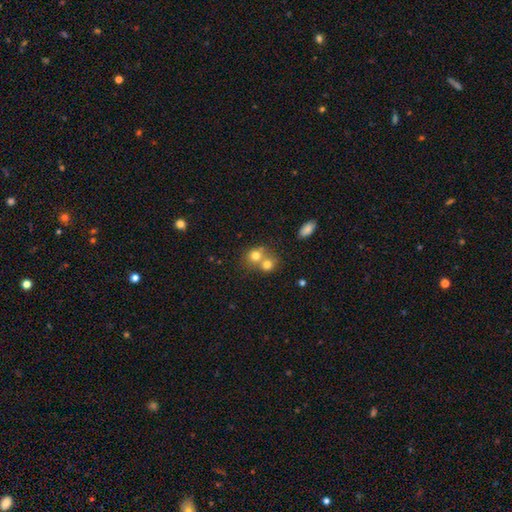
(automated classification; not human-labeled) Overall: smooth (74%). How rounded: round (77%). Merging: merger (58%; none 34%).